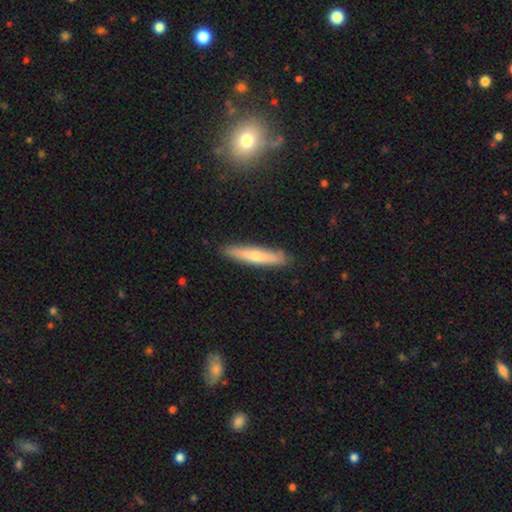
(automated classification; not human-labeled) smooth 56%, featured or disk 38%, star or artifact 6%. Down the decision tree: how rounded — cigar-shaped (90%); merging — none (88%).